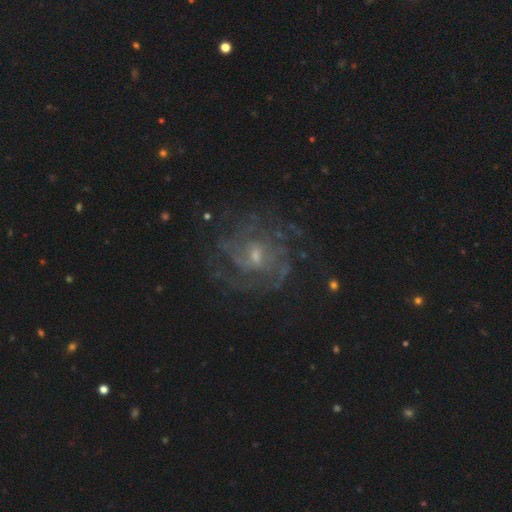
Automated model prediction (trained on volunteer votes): Smooth or featured? Predicted: featured or disk (p=0.83). Edge-on disk? Predicted: no (p=0.98). Bar? Predicted: no (p=0.51). Spiral arms? Predicted: yes (p=0.91). Spiral winding? Predicted: tight (p=0.50). Spiral arm count? Predicted: can't tell (p=0.39). Bulge size? Predicted: small (p=0.59). Merging? Predicted: none (p=0.70).